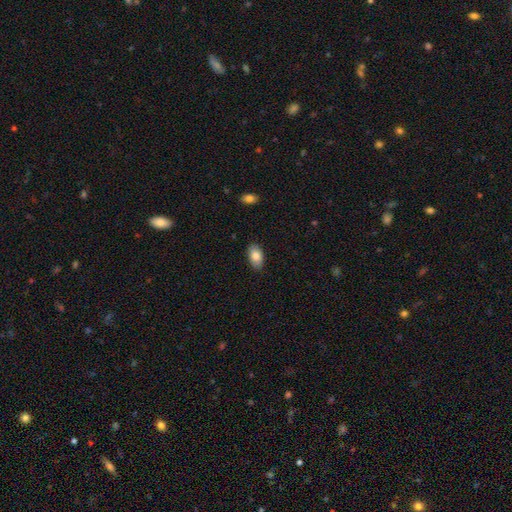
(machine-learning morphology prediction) A smooth galaxy with no disk features (85%) that is in between round and cigar-shaped (94%). Merging: none (85%).